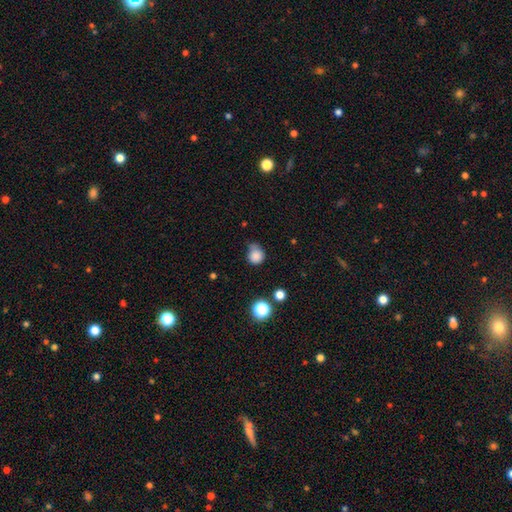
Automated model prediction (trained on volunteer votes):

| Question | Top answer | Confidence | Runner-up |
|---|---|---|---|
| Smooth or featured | smooth | 83% | star or artifact (12%) |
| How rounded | round | 79% | in between (20%) |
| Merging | none | 46% | minor disturbance (39%) |